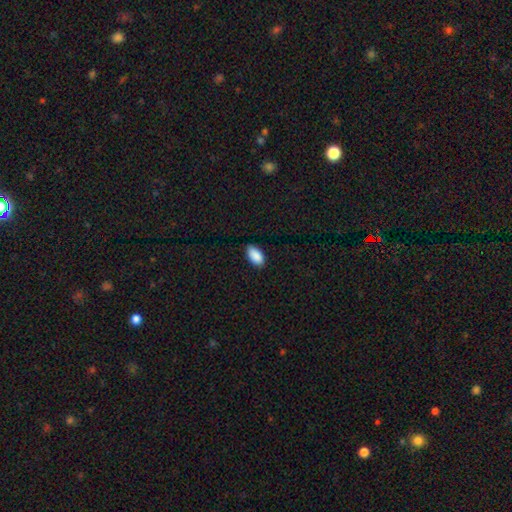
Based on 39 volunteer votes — Overall: smooth (90%). How rounded: in between (89%). Merging: none (81%).